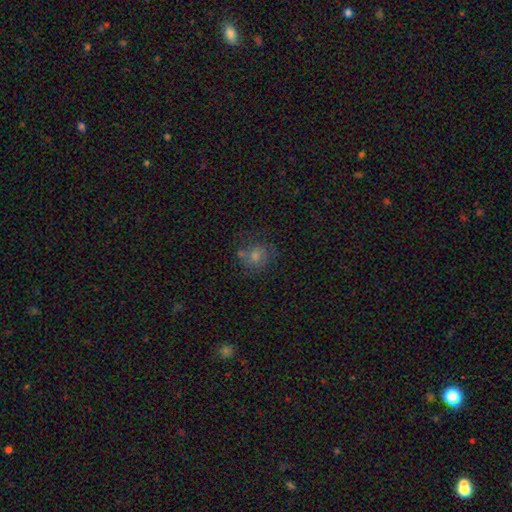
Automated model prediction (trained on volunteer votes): Smooth or featured? smooth (54%)
How rounded? round (80%)
Merging? none (64%)